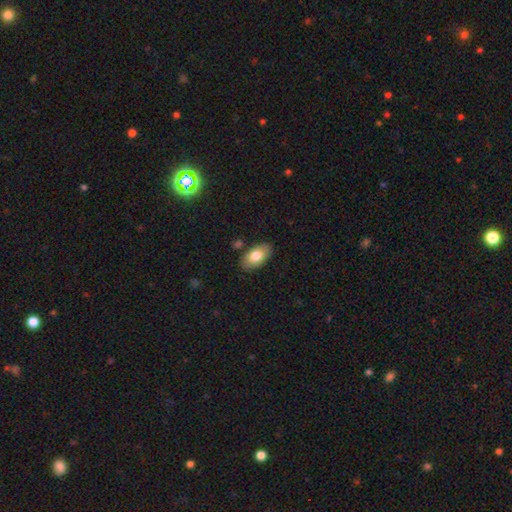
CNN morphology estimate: Smooth or featured: smooth — 77% (featured or disk — 16%)
How rounded: in between — 93% (round — 5%)
Merging: none — 84% (minor disturbance — 11%)